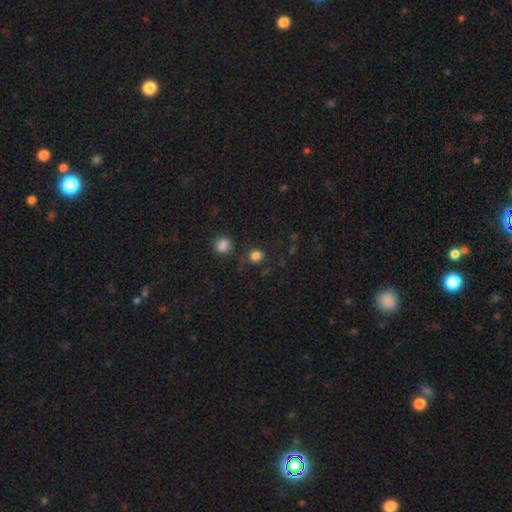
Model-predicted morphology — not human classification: Smooth or featured: smooth — 81% (star or artifact — 15%)
How rounded: round — 88% (in between — 11%)
Merging: none — 80% (minor disturbance — 10%)